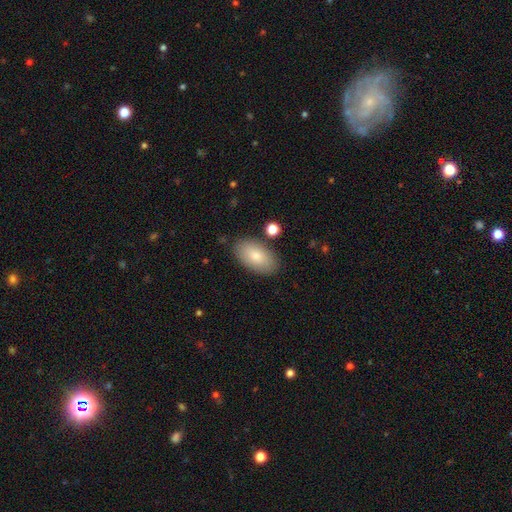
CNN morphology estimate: smooth-or-featured: smooth: 80% | featured or disk: 14% | star or artifact: 6%
  how-rounded: in between: 95% | round: 3% | cigar-shaped: 2%
  merging: none: 82% | minor disturbance: 12% | merger: 3% | major disturbance: 3%